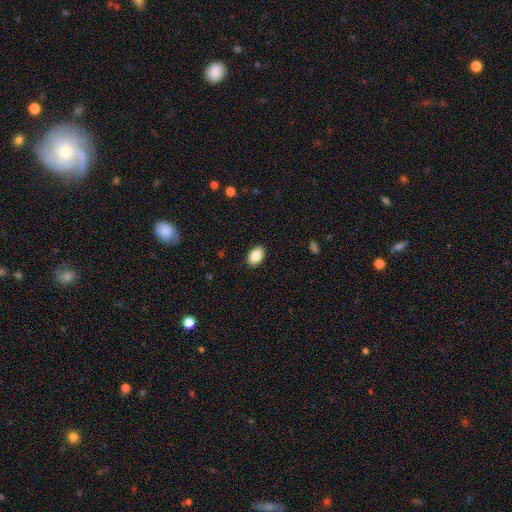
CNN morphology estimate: A smooth galaxy with no disk features (86%) that is in between round and cigar-shaped (90%). Merging: none (89%).